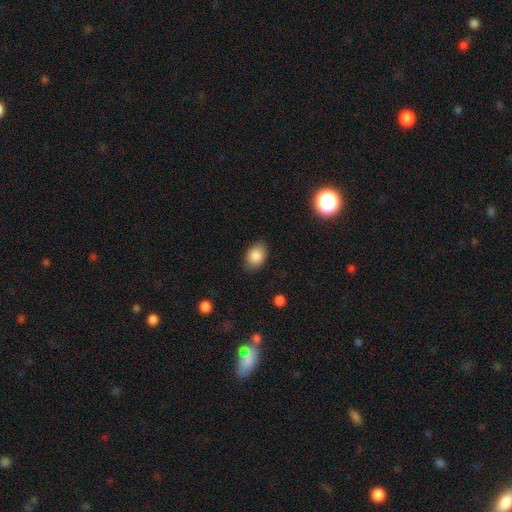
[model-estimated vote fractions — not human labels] A smooth galaxy with no disk features (86%) that is in between round and cigar-shaped (76%). Merging: none (83%).